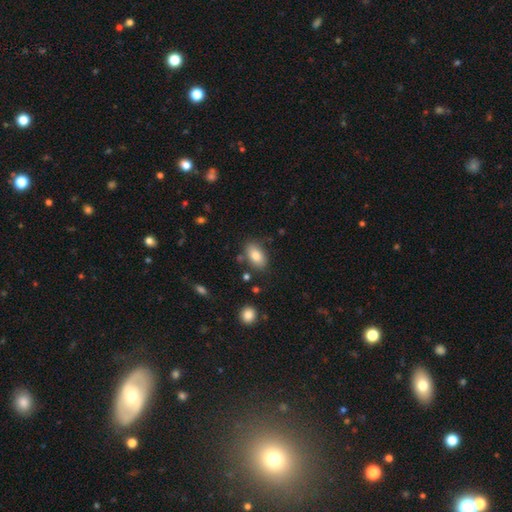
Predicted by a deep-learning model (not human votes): This is clearly a smooth galaxy (81%). How rounded: clearly in between (90%). Merging: likely none (79%).